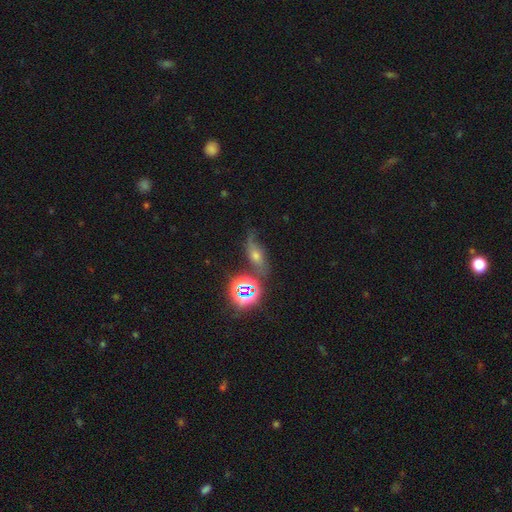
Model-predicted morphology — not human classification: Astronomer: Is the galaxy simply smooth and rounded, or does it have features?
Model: featured or disk — 35%, tied with star or artifact at 35%.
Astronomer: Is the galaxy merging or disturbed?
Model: none — 55%.